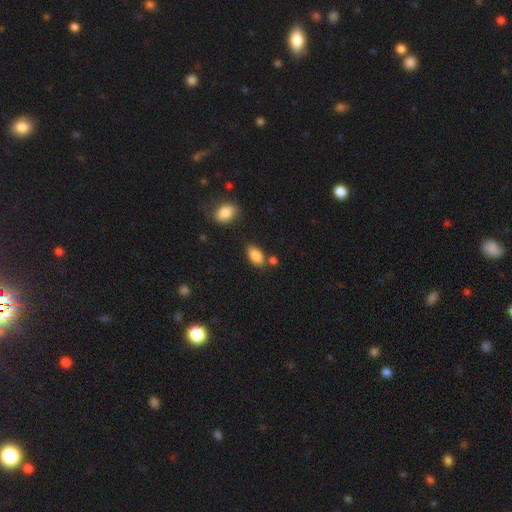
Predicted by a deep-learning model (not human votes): Q: Smooth or featured?
A: smooth (87%); runner-up: star or artifact (8%)
Q: How rounded?
A: in between (92%); runner-up: round (5%)
Q: Merging?
A: none (73%); runner-up: minor disturbance (14%)